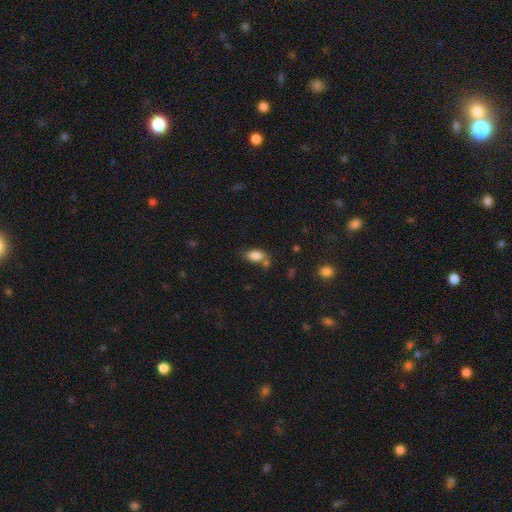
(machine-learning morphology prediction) This appears to be a smooth galaxy with no disk features (83%) that is in between round and cigar-shaped (90%). Merging: none (52%).